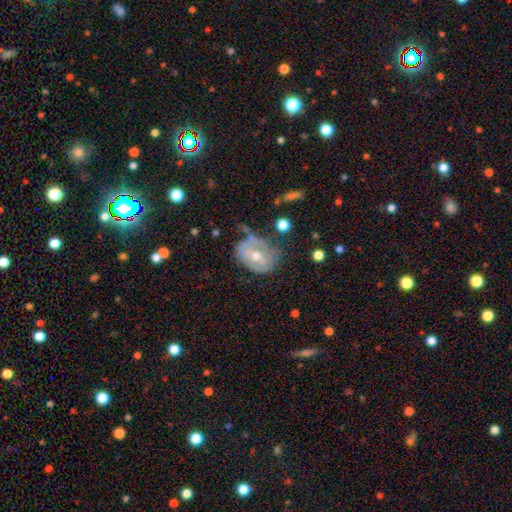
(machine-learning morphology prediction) Smooth or featured? Predicted: featured or disk (p=0.60). Edge-on disk? Predicted: no (p=0.95). Bar? Predicted: no (p=0.42). Spiral arms? Predicted: no (p=0.52). Bulge size? Predicted: moderate (p=0.65). Merging? Predicted: none (p=0.47).